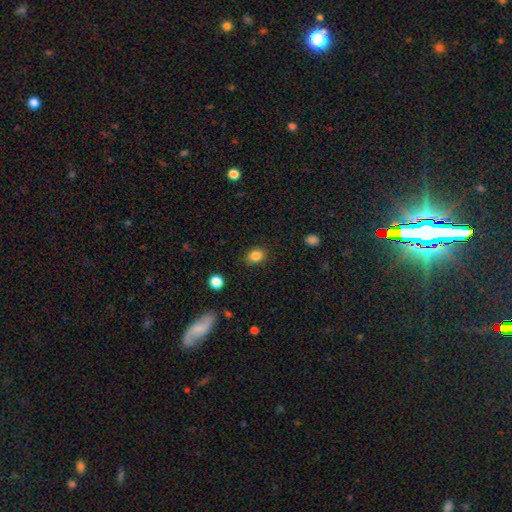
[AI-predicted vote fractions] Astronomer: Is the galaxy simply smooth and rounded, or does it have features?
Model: smooth — 84%.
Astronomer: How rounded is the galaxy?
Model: round — 54% (runner-up: in between, 45%).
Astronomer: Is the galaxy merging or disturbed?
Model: none — 86%.